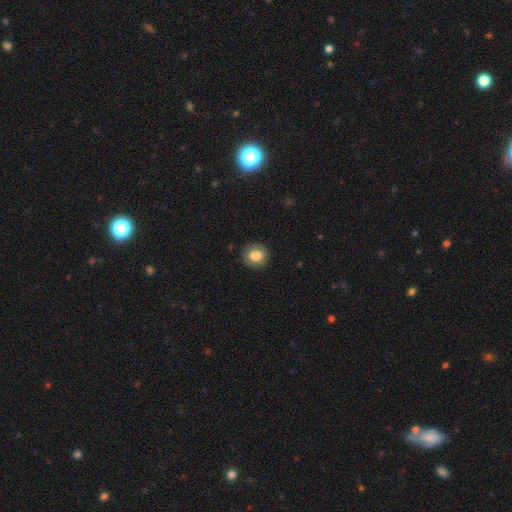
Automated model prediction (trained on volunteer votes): This is clearly a smooth galaxy (82%). How rounded: clearly round (82%). Merging: clearly none (88%).